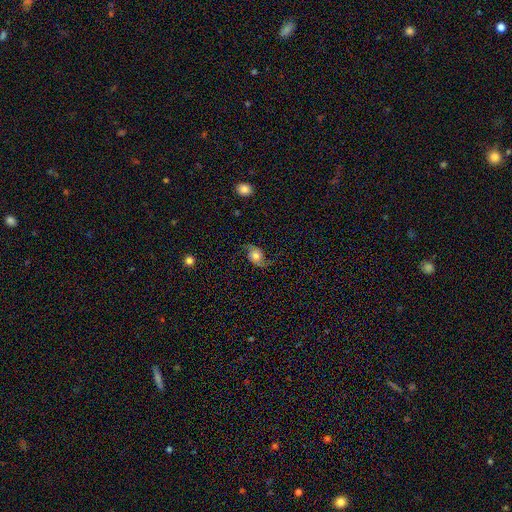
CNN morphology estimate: The model was most divided on "bulge size": moderate: 53%, large: 24%, small: 15%, dominant: 5%, none: 3%. More confident: edge-on disk — no (96%); spiral arms — yes (92%); spiral arm count — 2 (90%); bar — no (76%); spiral winding — loose (69%); merging — none (67%); smooth or featured — featured or disk (63%).